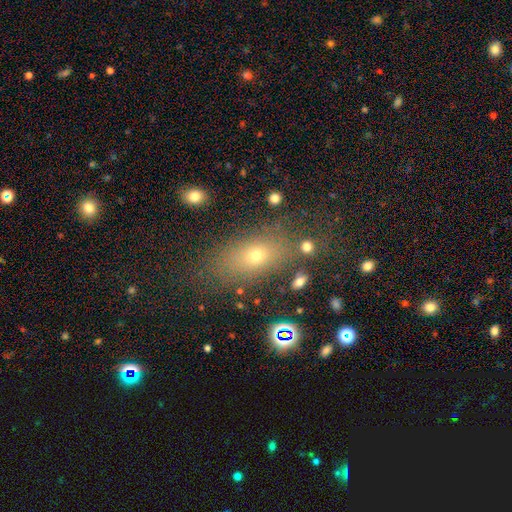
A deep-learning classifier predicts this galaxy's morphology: type=smooth (65%); roundness=in between (75%); merging=none (73%).